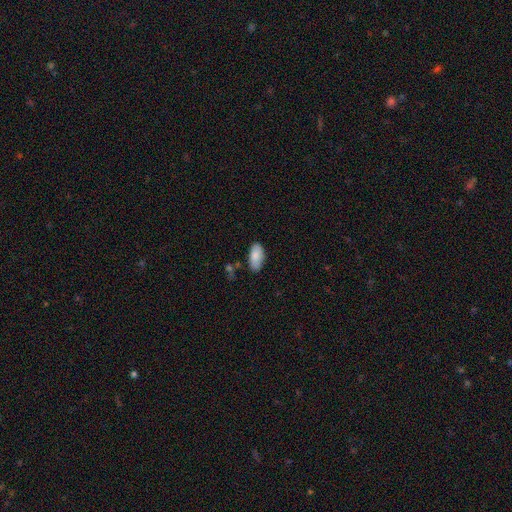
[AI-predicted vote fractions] Smooth or featured? smooth (85%)
How rounded? in between (93%)
Merging? none (77%)